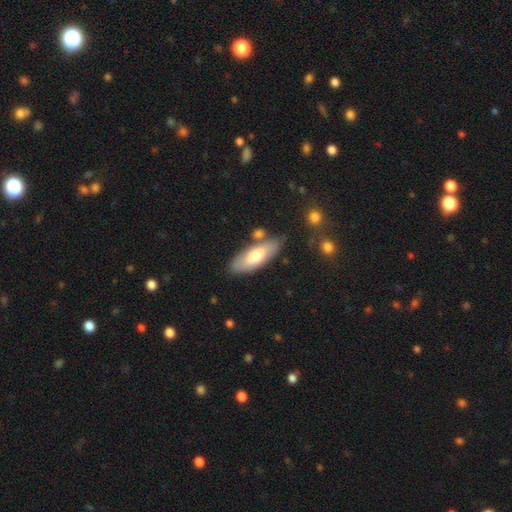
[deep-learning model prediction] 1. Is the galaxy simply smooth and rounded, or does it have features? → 63% smooth, 32% featured or disk, 5% star or artifact.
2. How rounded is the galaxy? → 70% in between, 28% cigar-shaped, 2% round.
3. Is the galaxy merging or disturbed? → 75% none, 14% minor disturbance, 8% merger, 3% major disturbance.